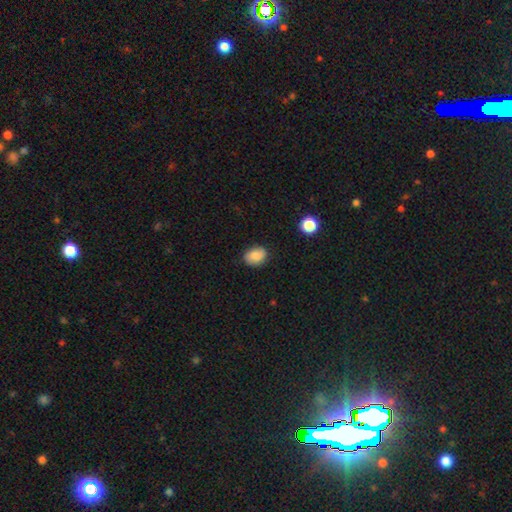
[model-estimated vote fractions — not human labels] smooth 82%, featured or disk 10%, star or artifact 9%. Down the decision tree: how rounded — in between (65%); merging — none (82%).